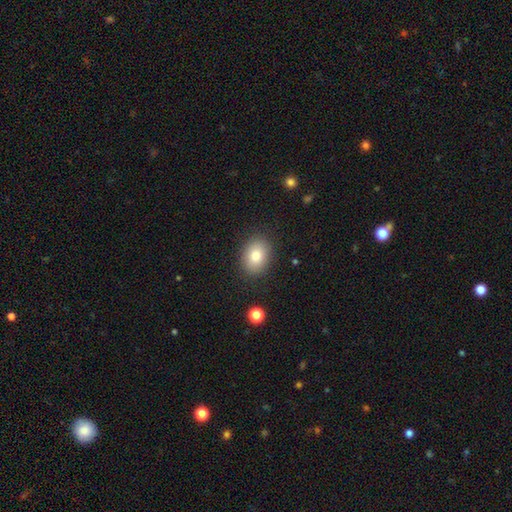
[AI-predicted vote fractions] Smooth or featured?
  - smooth: 82% *
  - featured or disk: 9%
  - star or artifact: 9%
How rounded?
  - in between: 65% *
  - round: 34%
  - cigar-shaped: 1%
Merging?
  - none: 87% *
  - minor disturbance: 9%
  - major disturbance: 3%
  - merger: 1%